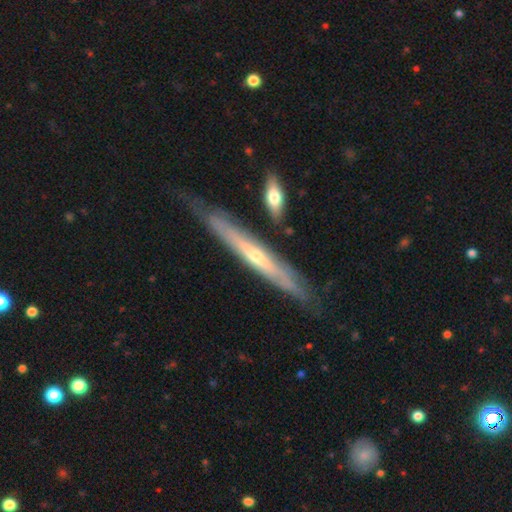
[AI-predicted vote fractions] A featured or disk galaxy (75%) viewed edge-on (82%) with a rounded central bulge (57%).

Vote fractions:
- Smooth or featured? featured or disk: 75% / smooth: 19% / star or artifact: 6%
- Edge-on disk? yes: 82% / no: 18%
- Edge-on bulge? rounded: 57% / none: 40% / boxy: 3%
- Merging? none: 74% / minor disturbance: 17% / merger: 4% / major disturbance: 4%